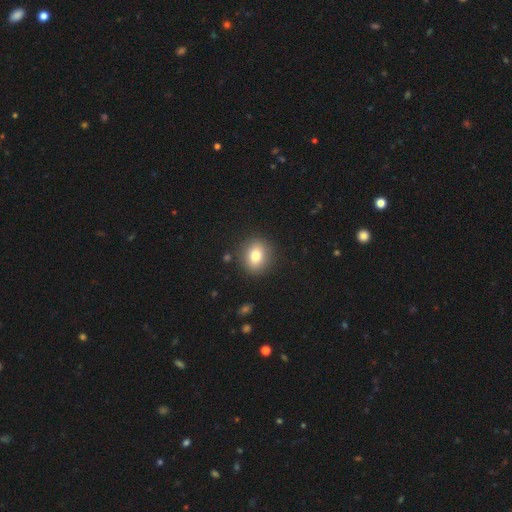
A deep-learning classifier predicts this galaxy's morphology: smooth 78%, featured or disk 11%, star or artifact 11%. Down the decision tree: how rounded — round (68%); merging — none (88%).